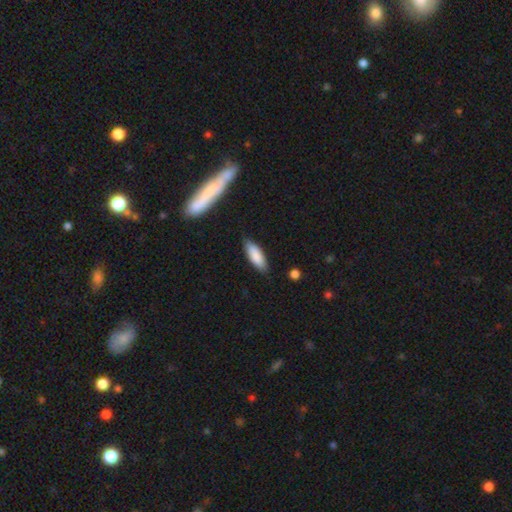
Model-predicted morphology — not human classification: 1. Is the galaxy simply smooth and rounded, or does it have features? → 84% smooth, 10% featured or disk, 6% star or artifact.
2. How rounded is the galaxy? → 62% in between, 37% cigar-shaped, 2% round.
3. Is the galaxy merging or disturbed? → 80% none, 15% minor disturbance, 3% major disturbance, 2% merger.